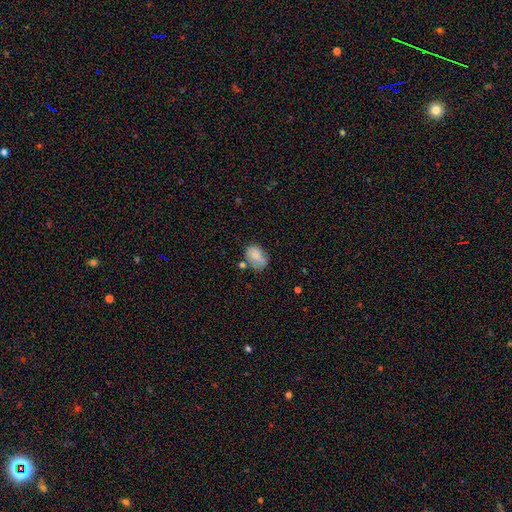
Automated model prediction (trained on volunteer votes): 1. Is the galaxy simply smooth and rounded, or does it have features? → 79% smooth, 13% featured or disk, 8% star or artifact.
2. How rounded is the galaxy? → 77% in between, 22% round, 1% cigar-shaped.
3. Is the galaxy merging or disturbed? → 55% none, 27% minor disturbance, 9% merger, 8% major disturbance.